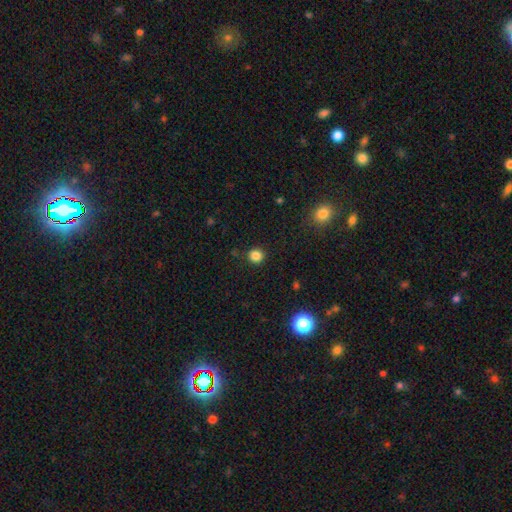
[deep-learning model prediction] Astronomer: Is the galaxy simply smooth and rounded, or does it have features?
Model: smooth — 84%.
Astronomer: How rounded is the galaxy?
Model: round — 91%.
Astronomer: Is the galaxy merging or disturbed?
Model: none — 90%.